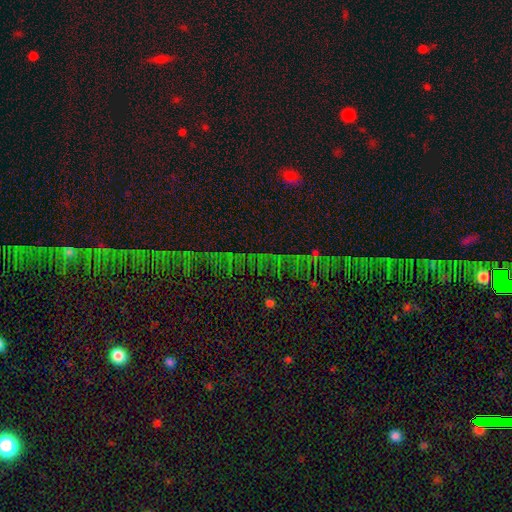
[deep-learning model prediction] Morphology: type=star or artifact (73%).